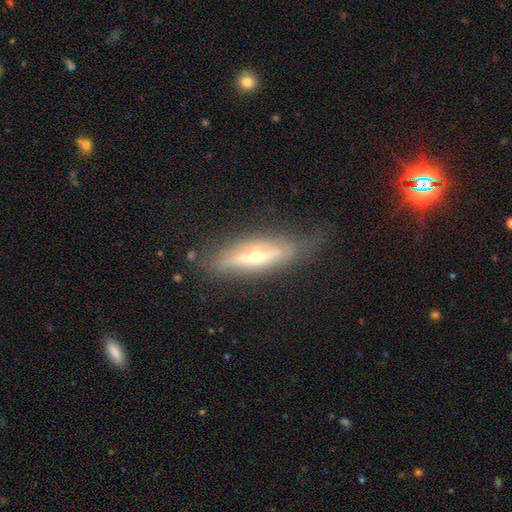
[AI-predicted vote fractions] Smooth or featured: featured or disk — 65% (smooth — 28%)
Edge-on disk: yes — 67% (no — 33%)
Merging: none — 66% (minor disturbance — 23%)